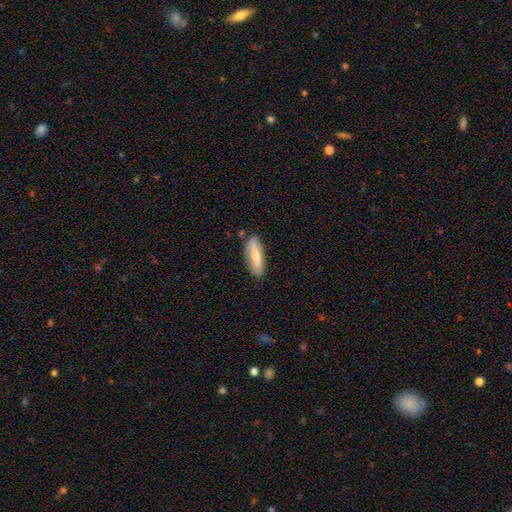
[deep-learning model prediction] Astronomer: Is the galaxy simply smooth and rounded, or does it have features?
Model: smooth — 68%.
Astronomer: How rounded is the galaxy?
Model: in between — 57% (runner-up: cigar-shaped, 41%).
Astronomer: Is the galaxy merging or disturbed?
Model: none — 82%.